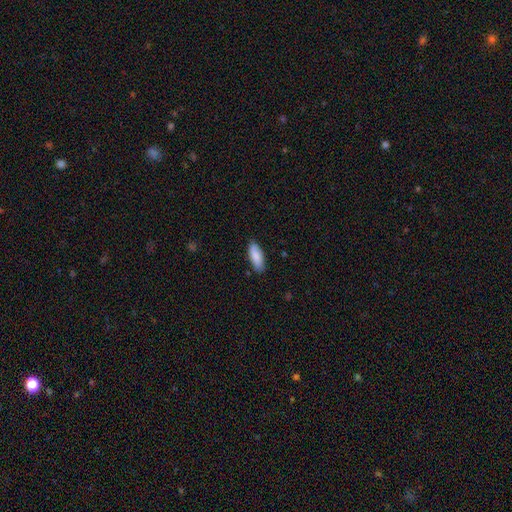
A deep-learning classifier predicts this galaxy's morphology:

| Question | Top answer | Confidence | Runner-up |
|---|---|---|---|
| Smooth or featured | smooth | 85% | featured or disk (9%) |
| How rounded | in between | 72% | cigar-shaped (27%) |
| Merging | none | 85% | minor disturbance (12%) |